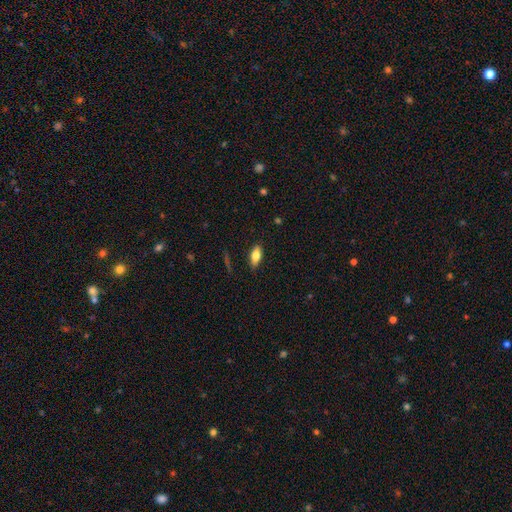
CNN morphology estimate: A smooth galaxy with no disk features (72%) that is in between round and cigar-shaped (83%).

Vote fractions:
- Smooth or featured? smooth: 72% / featured or disk: 20% / star or artifact: 7%
- How rounded? in between: 83% / cigar-shaped: 14% / round: 3%
- Merging? none: 86% / minor disturbance: 10% / major disturbance: 2% / merger: 1%